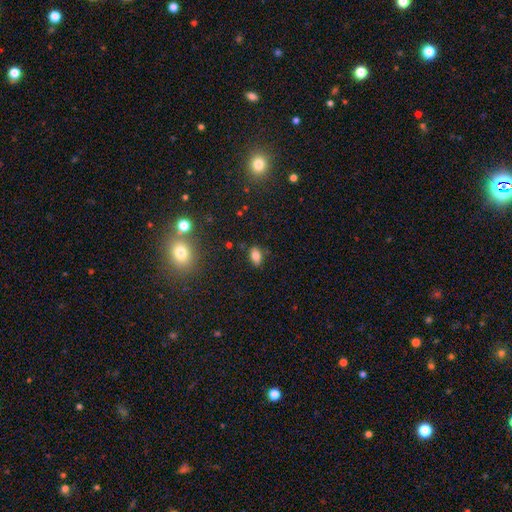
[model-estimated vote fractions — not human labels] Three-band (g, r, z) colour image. It shows a smooth galaxy with no disk features (78%) that is in between round and cigar-shaped (87%). Merging: none (81%).